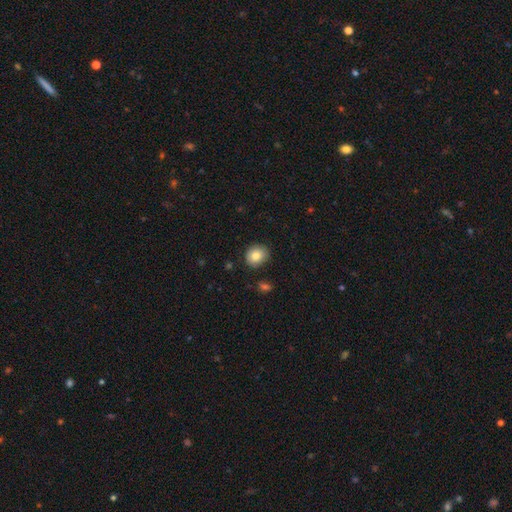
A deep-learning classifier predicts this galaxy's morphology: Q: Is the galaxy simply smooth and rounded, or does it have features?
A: smooth — 84%.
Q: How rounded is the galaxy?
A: round — 73%.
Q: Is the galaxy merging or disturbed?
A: none — 83%.